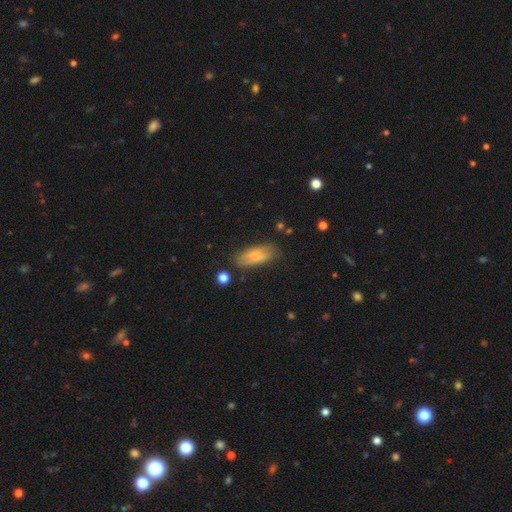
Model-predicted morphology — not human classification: The model was most divided on "merging": none: 71%, minor disturbance: 21%, major disturbance: 5%, merger: 3%. More confident: how rounded — in between (76%); smooth or featured — smooth (73%).